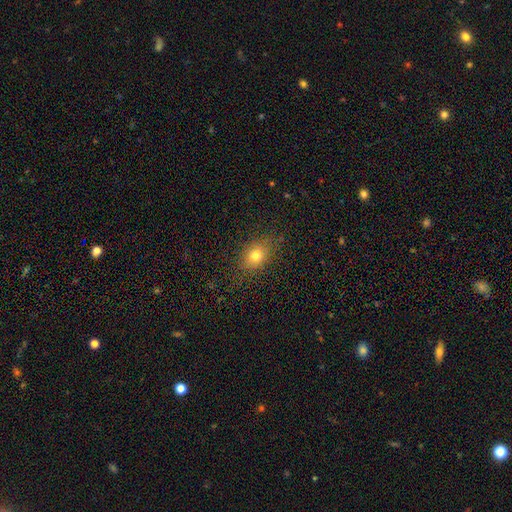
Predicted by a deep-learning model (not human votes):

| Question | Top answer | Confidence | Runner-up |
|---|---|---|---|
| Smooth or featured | smooth | 76% | star or artifact (13%) |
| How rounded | in between | 65% | round (32%) |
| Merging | none | 81% | minor disturbance (13%) |